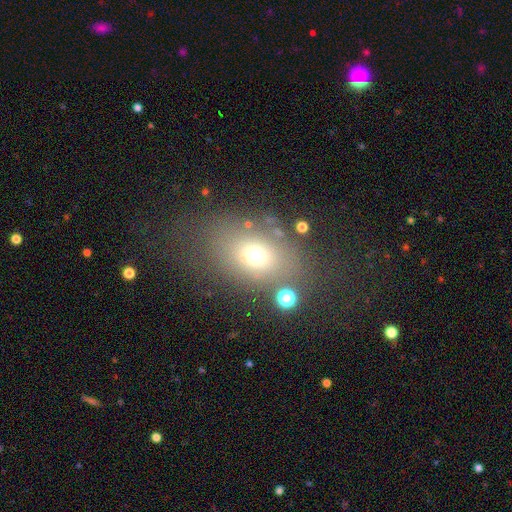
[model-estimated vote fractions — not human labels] Smooth or featured? Predicted: smooth (p=0.66). How rounded? Predicted: in between (p=0.70). Merging? Predicted: none (p=0.65).